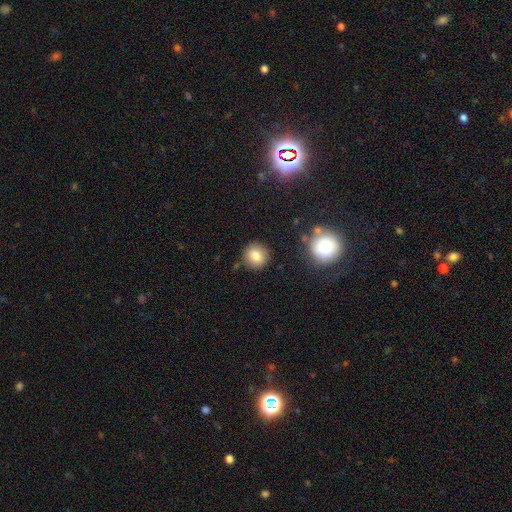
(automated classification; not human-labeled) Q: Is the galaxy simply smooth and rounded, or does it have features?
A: smooth — 81%.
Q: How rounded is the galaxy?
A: round — 92%.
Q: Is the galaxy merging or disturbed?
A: none — 87%.